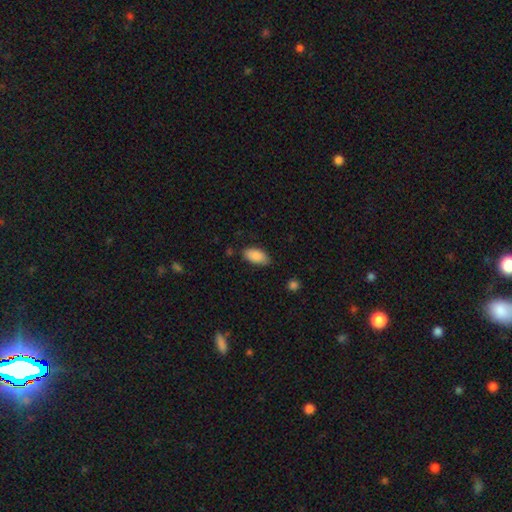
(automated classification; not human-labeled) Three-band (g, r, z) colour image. It shows a smooth galaxy with no disk features (87%) that is in between round and cigar-shaped (93%). Merging: none (81%).